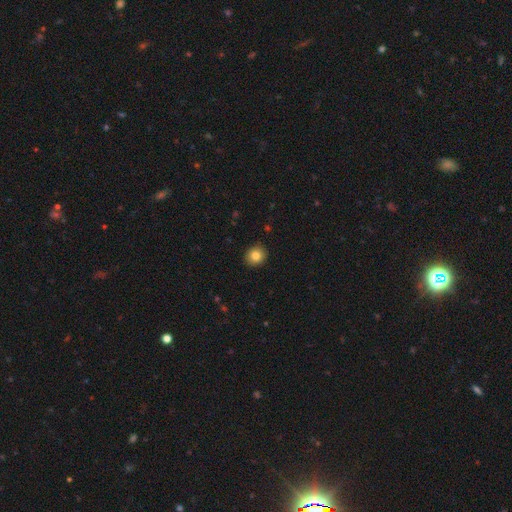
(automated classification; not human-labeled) Smooth or featured: smooth — 83% (star or artifact — 10%)
How rounded: round — 83% (in between — 16%)
Merging: none — 92% (minor disturbance — 6%)